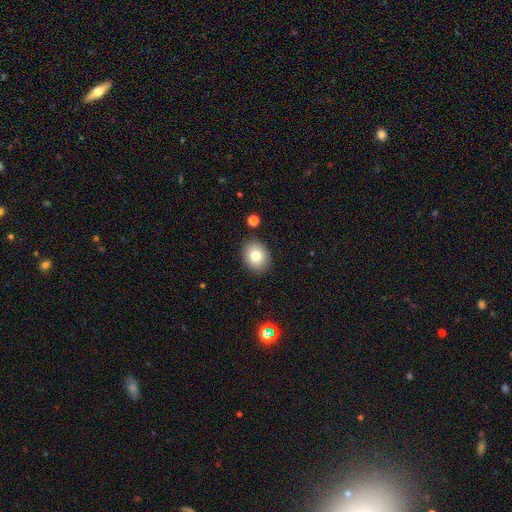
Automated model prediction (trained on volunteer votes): This appears to be a smooth galaxy with no disk features (80%) that is round (53%). Merging: none (87%).